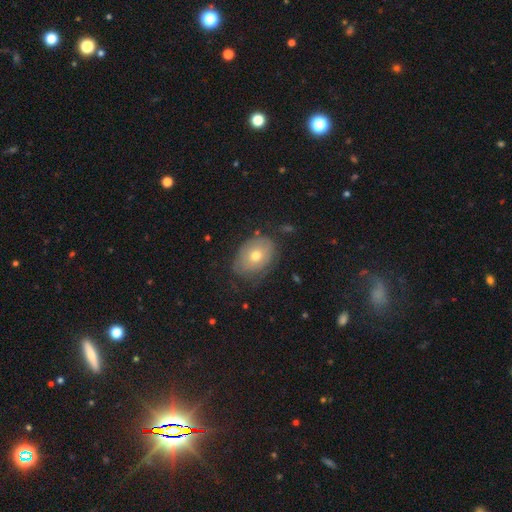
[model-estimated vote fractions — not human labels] Q: Smooth or featured?
A: smooth (63%); runner-up: featured or disk (28%)
Q: How rounded?
A: in between (70%); runner-up: round (29%)
Q: Merging?
A: none (68%); runner-up: minor disturbance (23%)